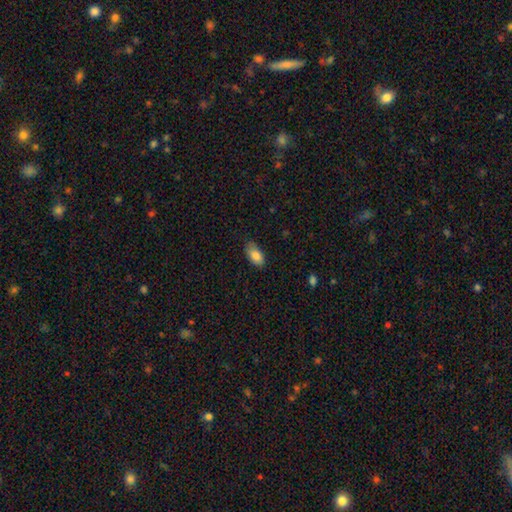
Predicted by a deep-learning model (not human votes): smooth_or_featured: smooth (p=0.84) [alt: featured or disk p=0.08]
how_rounded: in between (p=0.92) [alt: round p=0.04]
merging: none (p=0.75) [alt: minor disturbance p=0.21]